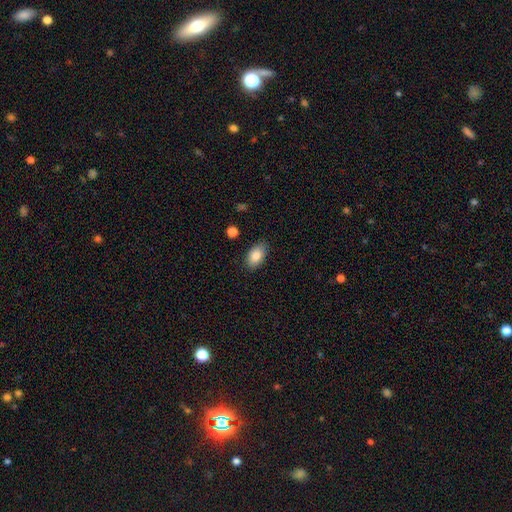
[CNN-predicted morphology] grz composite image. It shows a smooth galaxy with no disk features (85%) that is in between round and cigar-shaped (91%). Merging: none (84%).